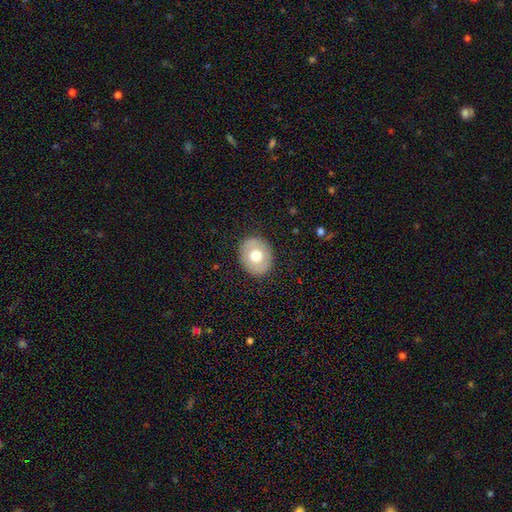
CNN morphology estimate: The model was most divided on "how rounded": round: 62%, in between: 37%, cigar-shaped: 1%. More confident: merging — none (88%); smooth or featured — smooth (64%).